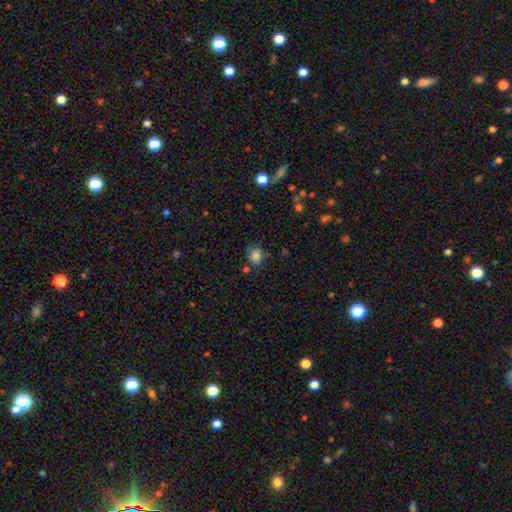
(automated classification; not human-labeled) This appears to be a smooth galaxy with no disk features (83%) that is round (56%). Merging: none (67%).